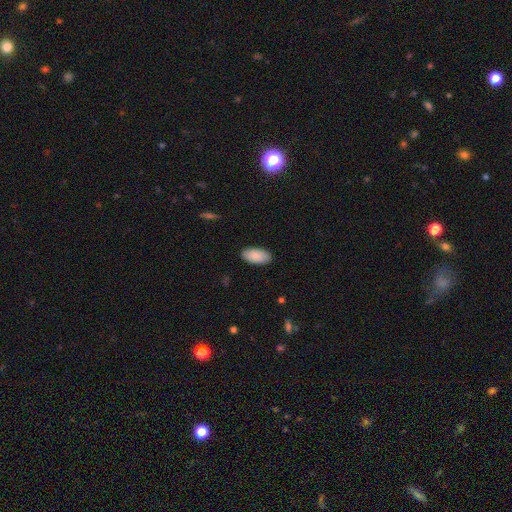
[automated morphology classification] Smooth or featured?
  - smooth: 90% *
  - star or artifact: 6%
  - featured or disk: 4%
How rounded?
  - in between: 95% *
  - cigar-shaped: 3%
  - round: 2%
Merging?
  - none: 89% *
  - minor disturbance: 9%
  - major disturbance: 2%
  - merger: 1%